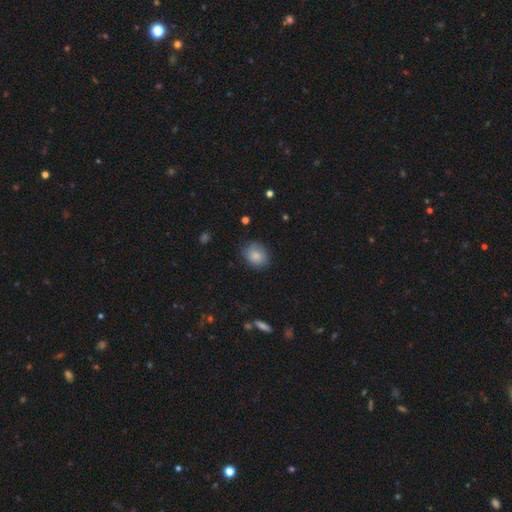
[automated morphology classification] Q: Smooth or featured?
A: smooth (81%); runner-up: featured or disk (11%)
Q: How rounded?
A: round (54%); runner-up: in between (45%)
Q: Merging?
A: none (75%); runner-up: minor disturbance (20%)